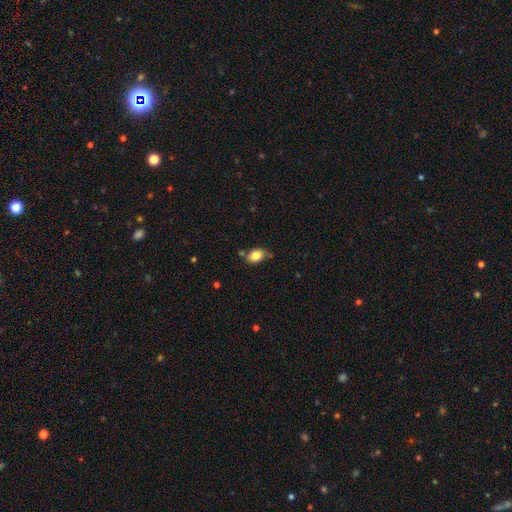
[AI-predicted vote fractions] This is clearly a smooth galaxy (82%). How rounded: likely in between (79%). Merging: likely none (70%).